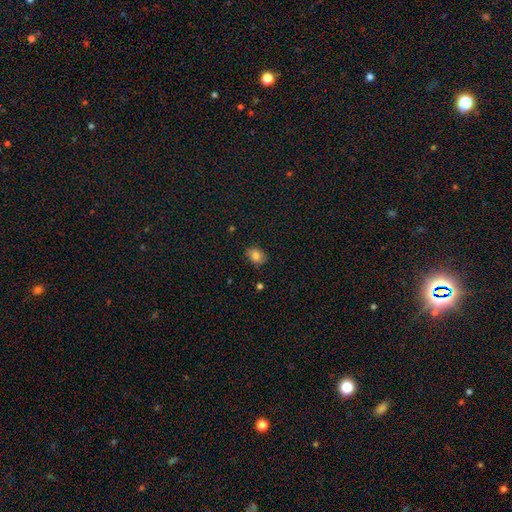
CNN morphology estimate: The model was most divided on "how rounded": in between: 73%, round: 26%, cigar-shaped: 1%. More confident: smooth or featured — smooth (83%); merging — none (83%).